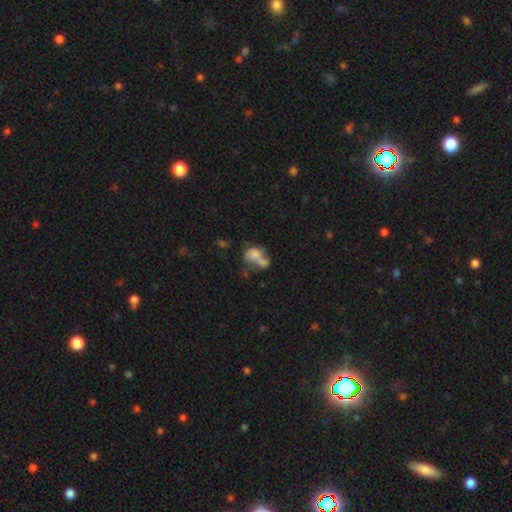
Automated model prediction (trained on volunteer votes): smooth_or_featured: smooth (p=0.62) [alt: featured or disk p=0.27]
how_rounded: in between (p=0.69) [alt: round p=0.30]
merging: merger (p=0.55) [alt: none p=0.18]